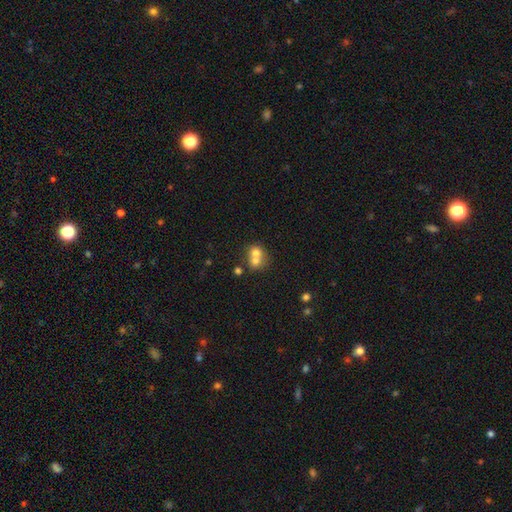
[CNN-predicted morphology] Smooth or featured?
  - smooth: 67% *
  - featured or disk: 21%
  - star or artifact: 12%
How rounded?
  - round: 75% *
  - in between: 24%
  - cigar-shaped: 1%
Merging?
  - merger: 64% *
  - none: 28%
  - minor disturbance: 5%
  - major disturbance: 3%